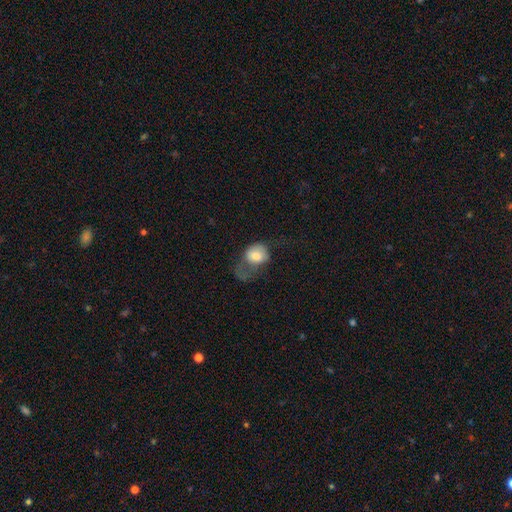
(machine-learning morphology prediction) smooth_or_featured: smooth (p=0.73) [alt: featured or disk p=0.19]
how_rounded: in between (p=0.59) [alt: round p=0.39]
merging: major disturbance (p=0.60) [alt: minor disturbance p=0.19]